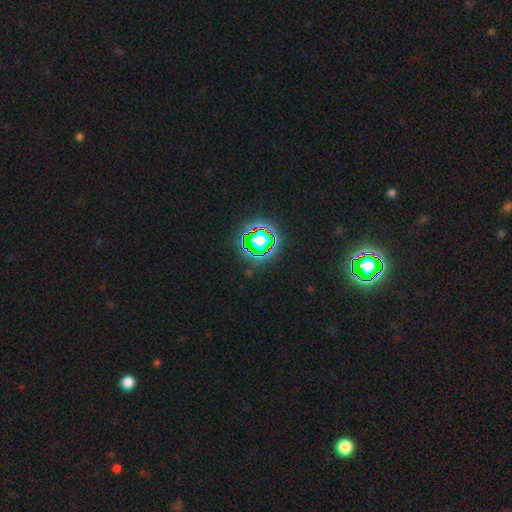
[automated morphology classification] smooth_or_featured: star or artifact (p=0.82) [alt: smooth p=0.12]